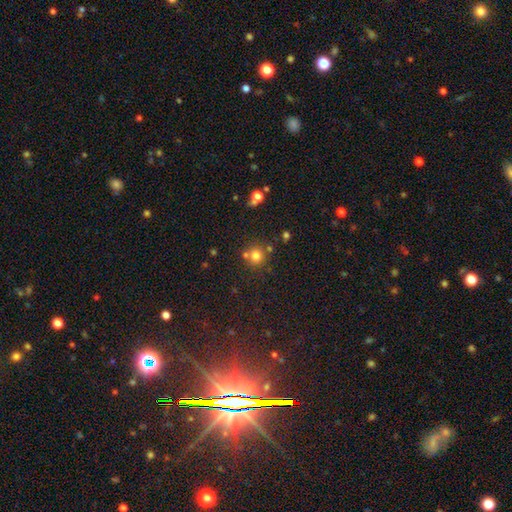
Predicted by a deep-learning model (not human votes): Smooth or featured: smooth — 76% (star or artifact — 16%)
How rounded: round — 91% (in between — 8%)
Merging: none — 68% (merger — 20%)